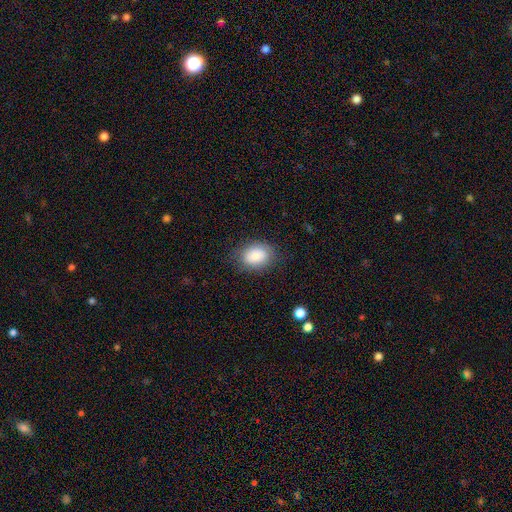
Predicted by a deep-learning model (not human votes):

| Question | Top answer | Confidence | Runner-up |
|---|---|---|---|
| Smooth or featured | smooth | 86% | star or artifact (7%) |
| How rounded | in between | 76% | round (23%) |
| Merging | none | 78% | minor disturbance (15%) |